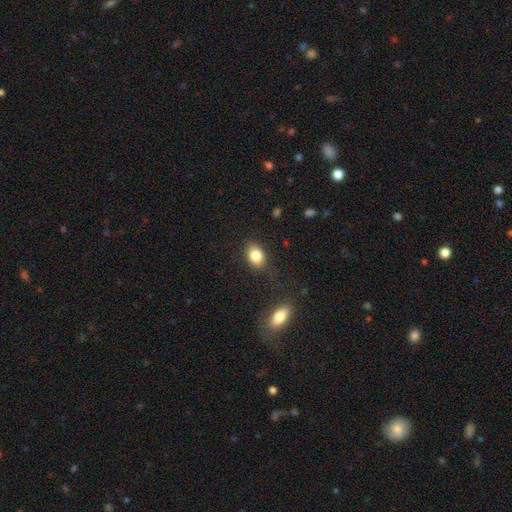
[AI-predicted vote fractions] Q: Smooth or featured?
A: smooth (83%); runner-up: star or artifact (9%)
Q: How rounded?
A: in between (72%); runner-up: round (27%)
Q: Merging?
A: none (79%); runner-up: minor disturbance (14%)